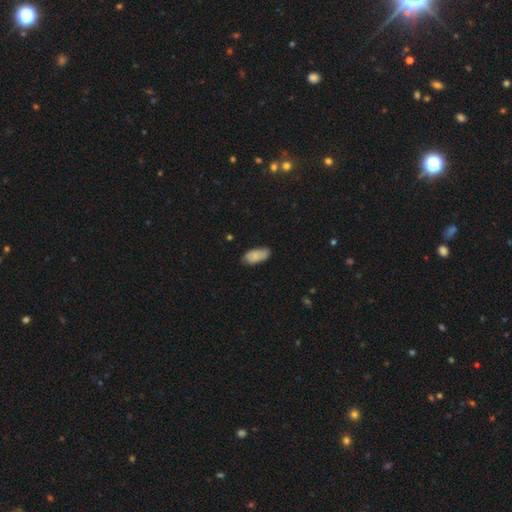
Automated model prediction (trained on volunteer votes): Smooth or featured? Predicted: smooth (p=0.78). How rounded? Predicted: in between (p=0.92). Merging? Predicted: none (p=0.73).